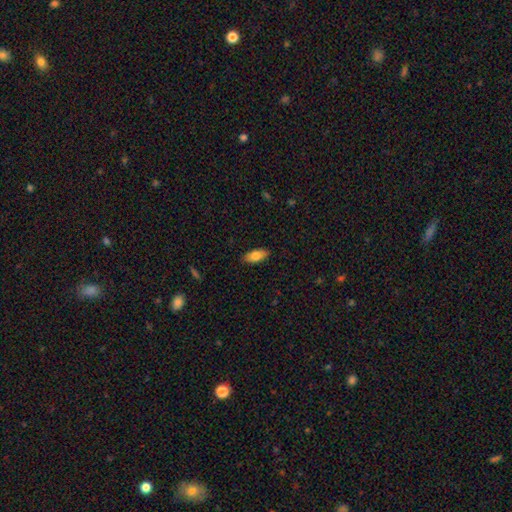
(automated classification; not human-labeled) A smooth galaxy with no disk features (81%) that is in between round and cigar-shaped (87%). Merging: none (88%).